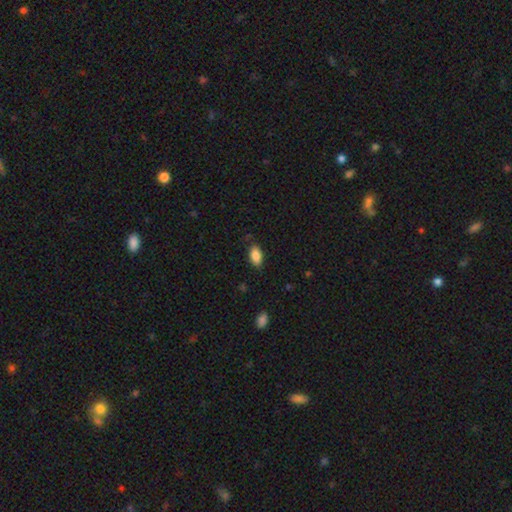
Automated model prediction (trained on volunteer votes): Morphology: type=smooth (87%); roundness=in between (92%); merging=none (82%).